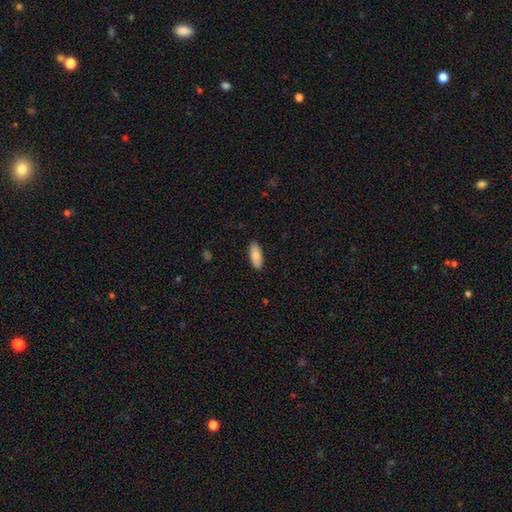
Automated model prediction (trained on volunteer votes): A smooth galaxy with no disk features (88%) that is in between round and cigar-shaped (82%). Merging: none (90%).